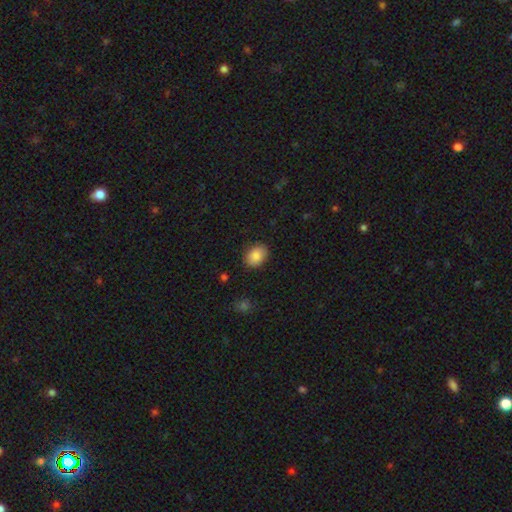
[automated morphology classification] smooth-or-featured: smooth: 85% | star or artifact: 8% | featured or disk: 7%
  how-rounded: in between: 69% | round: 30% | cigar-shaped: 1%
  merging: none: 86% | minor disturbance: 10% | major disturbance: 2% | merger: 1%